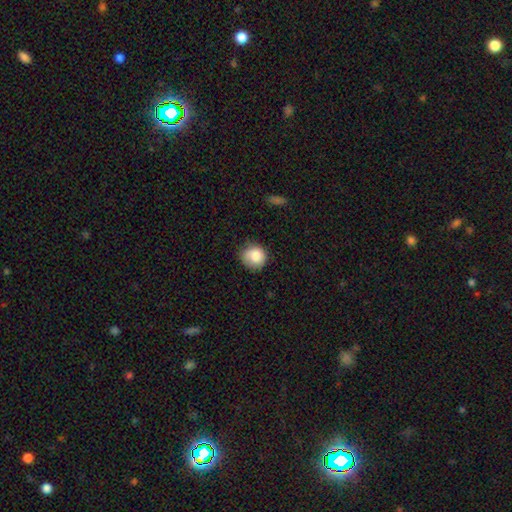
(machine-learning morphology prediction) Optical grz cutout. It shows a smooth galaxy with no disk features (82%) that is round (85%). Merging: none (69%).